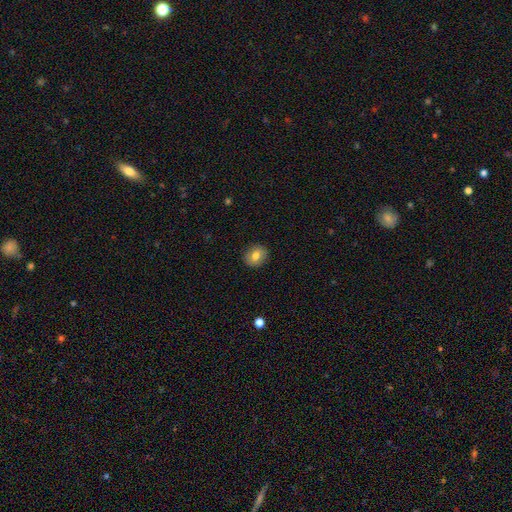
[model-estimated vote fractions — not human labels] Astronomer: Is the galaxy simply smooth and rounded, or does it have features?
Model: smooth — 75%.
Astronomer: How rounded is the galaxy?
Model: round — 66%.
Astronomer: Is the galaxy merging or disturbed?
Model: none — 89%.